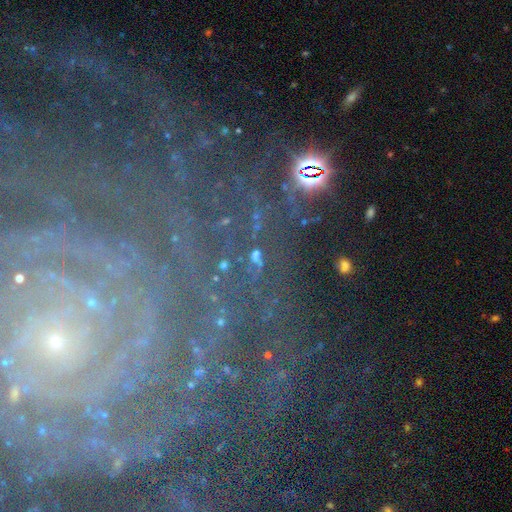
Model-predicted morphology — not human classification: A star or artifact, not a galaxy (58%).